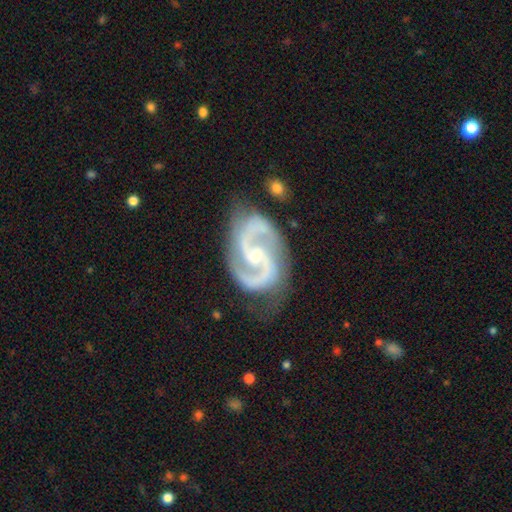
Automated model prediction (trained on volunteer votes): A featured or disk galaxy (94%) with no bar (43%, tied with weak), 2 (94%) medium (66%) spiral arms (99%) and a small central bulge (54%).

Vote fractions:
- Smooth or featured? featured or disk: 94% / star or artifact: 4% / smooth: 2%
- Edge-on disk? no: 98% / yes: 2%
- Bar? no: 43% (tied) / weak: 43% (tied) / strong: 14%
- Spiral arms? yes: 99% / no: 1%
- Spiral winding? medium: 66% / tight: 23% / loose: 12%
- Spiral arm count? 2: 94% / 3: 2% / can't tell: 1% / 1: 1% / 4: 1% / more than 4: 1%
- Bulge size? small: 54% / moderate: 37% / none: 6% / large: 2% / dominant: 1%
- Merging? none: 73% / minor disturbance: 19% / major disturbance: 6% / merger: 2%